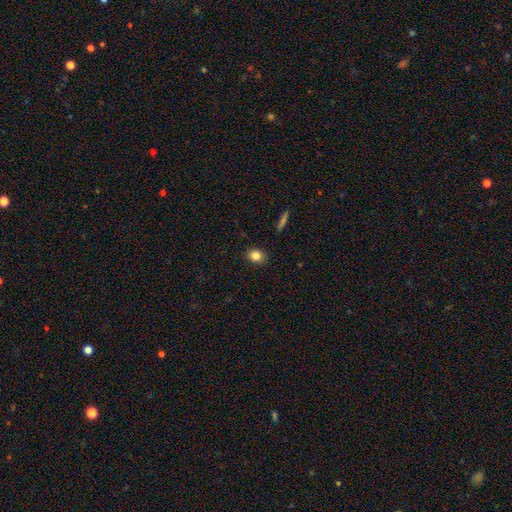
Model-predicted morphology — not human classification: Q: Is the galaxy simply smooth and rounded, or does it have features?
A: smooth — 83%.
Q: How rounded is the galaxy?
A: round — 60%.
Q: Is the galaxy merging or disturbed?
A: none — 89%.